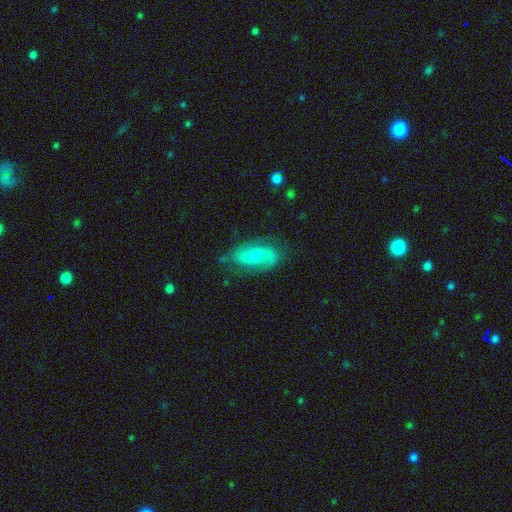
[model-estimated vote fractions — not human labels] featured or disk 63%, smooth 30%, star or artifact 7%. Down the decision tree: edge-on disk — no (93%); bar — no (54%); spiral arms — yes (88%); spiral arm count — 2 (82%); spiral winding — loose (42%); bulge size — small (47%); merging — none (68%).